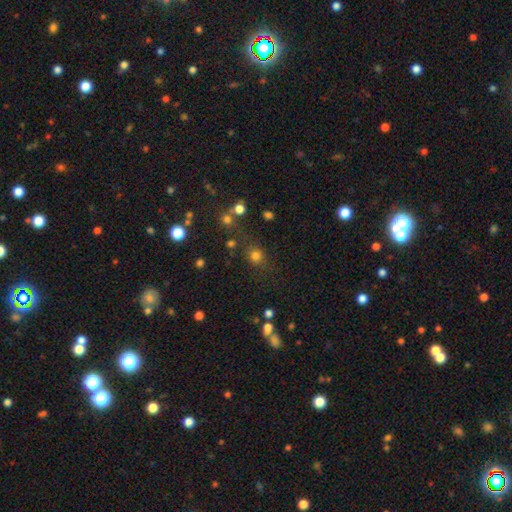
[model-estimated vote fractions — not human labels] Smooth or featured? smooth (76%)
How rounded? round (82%)
Merging? none (73%)